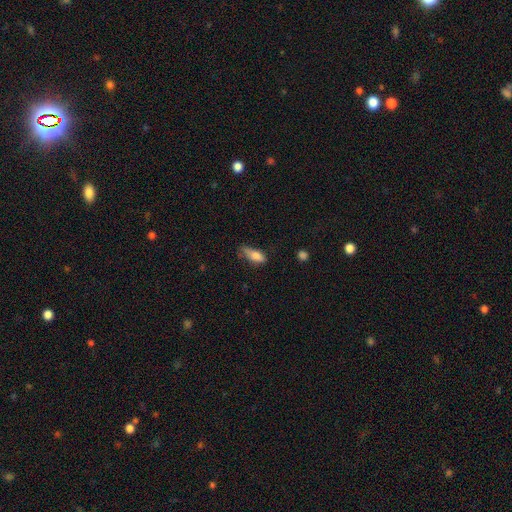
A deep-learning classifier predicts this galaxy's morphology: Smooth or featured? smooth (80%)
How rounded? in between (73%)
Merging? minor disturbance (42%)